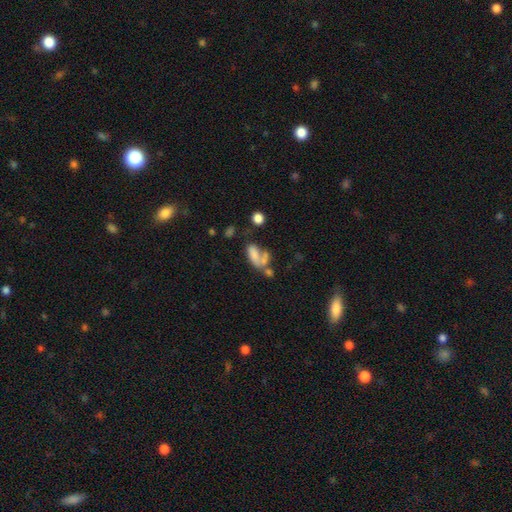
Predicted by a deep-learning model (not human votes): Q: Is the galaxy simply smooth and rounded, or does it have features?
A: smooth — 61%.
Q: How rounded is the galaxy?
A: in between — 84%.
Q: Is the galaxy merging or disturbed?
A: merger — 45%.